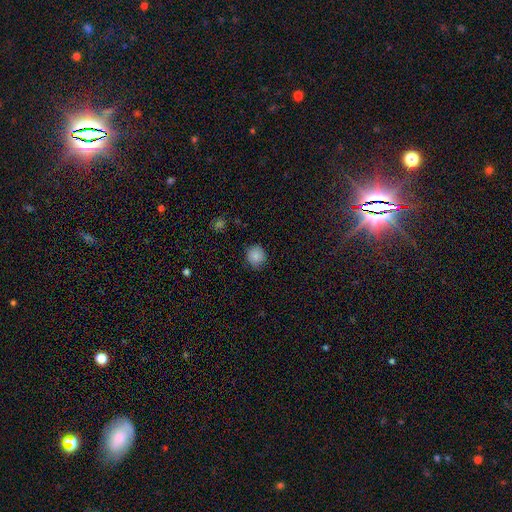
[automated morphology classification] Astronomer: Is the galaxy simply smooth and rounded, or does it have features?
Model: smooth — 86%.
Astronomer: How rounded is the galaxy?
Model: round — 90%.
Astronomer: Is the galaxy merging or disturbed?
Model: none — 85%.